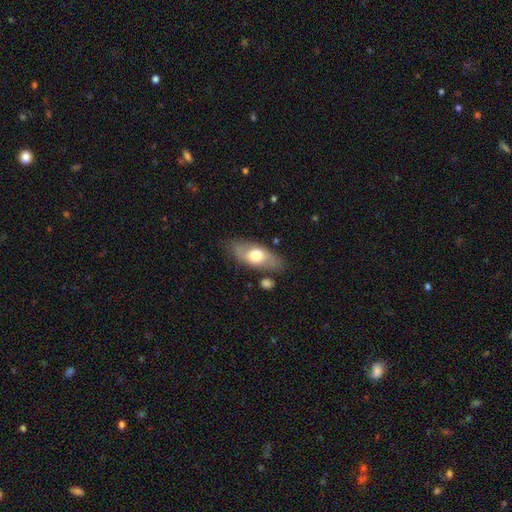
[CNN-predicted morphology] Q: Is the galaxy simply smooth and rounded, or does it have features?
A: smooth — 57%.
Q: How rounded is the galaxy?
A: in between — 83%.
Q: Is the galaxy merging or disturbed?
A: none — 76%.